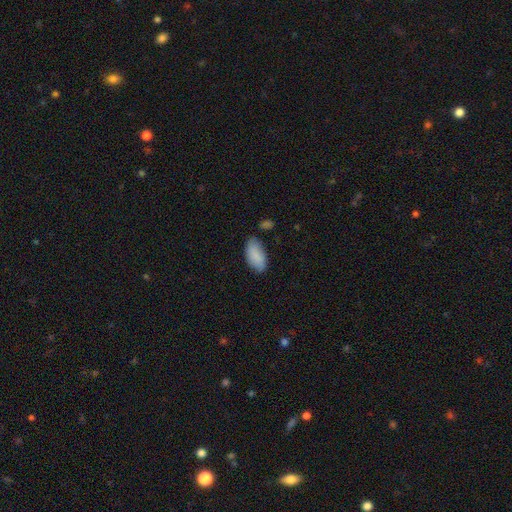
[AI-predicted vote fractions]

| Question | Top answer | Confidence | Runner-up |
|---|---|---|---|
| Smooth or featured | smooth | 88% | featured or disk (6%) |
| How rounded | in between | 93% | cigar-shaped (5%) |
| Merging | none | 71% | minor disturbance (21%) |